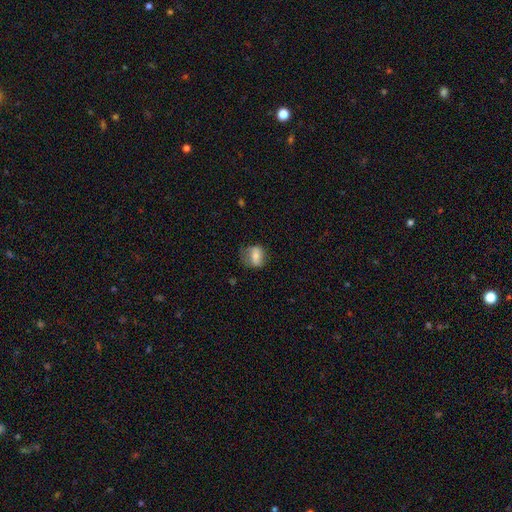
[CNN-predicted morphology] smooth-or-featured: smooth: 60% | featured or disk: 31% | star or artifact: 9%
  how-rounded: in between: 52% | round: 45% | cigar-shaped: 3%
  merging: none: 63% | minor disturbance: 24% | major disturbance: 11% | merger: 2%